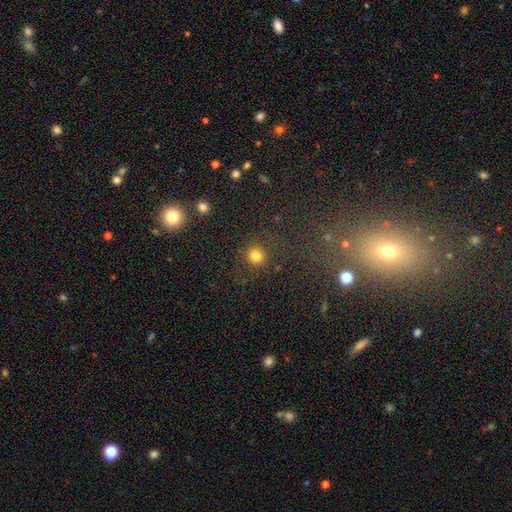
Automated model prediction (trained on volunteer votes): A smooth galaxy with no disk features (76%) that is round (87%).

Vote fractions:
- Smooth or featured? smooth: 76% / star or artifact: 17% / featured or disk: 7%
- How rounded? round: 87% / in between: 11% / cigar-shaped: 1%
- Merging? none: 78% / minor disturbance: 11% / major disturbance: 7% / merger: 4%